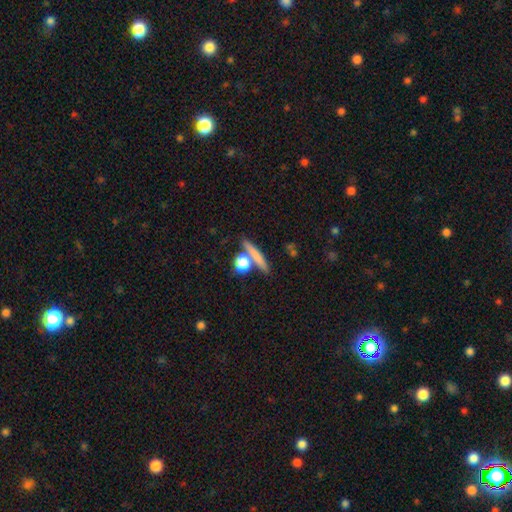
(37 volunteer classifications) Smooth or featured? smooth (70%)
How rounded? cigar-shaped (92%)
Merging? none (69%)